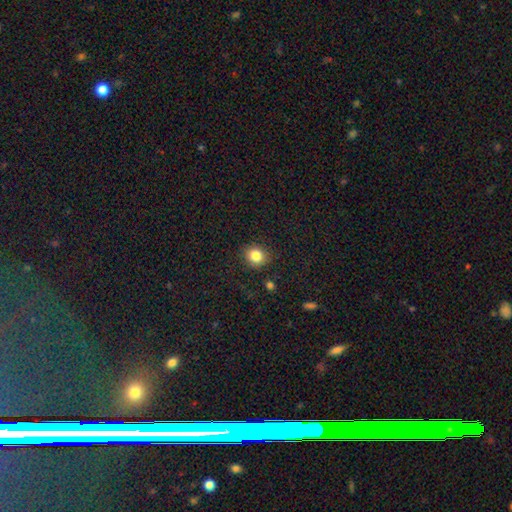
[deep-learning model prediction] smooth-or-featured: smooth: 83% | star or artifact: 11% | featured or disk: 6%
  how-rounded: round: 81% | in between: 18% | cigar-shaped: 1%
  merging: none: 87% | minor disturbance: 9% | major disturbance: 3% | merger: 1%